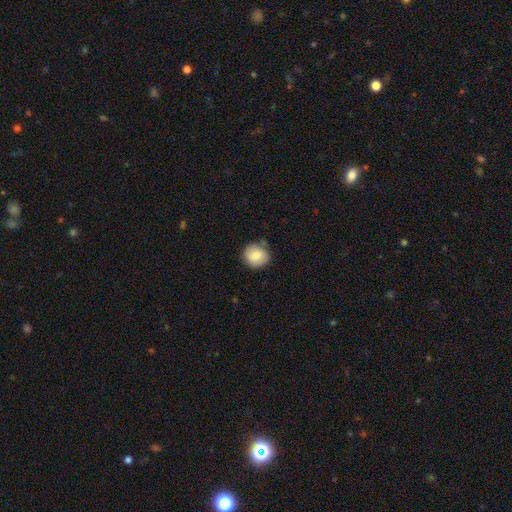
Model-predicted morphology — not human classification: Overall: smooth (76%). How rounded: round (88%). Merging: none (76%).